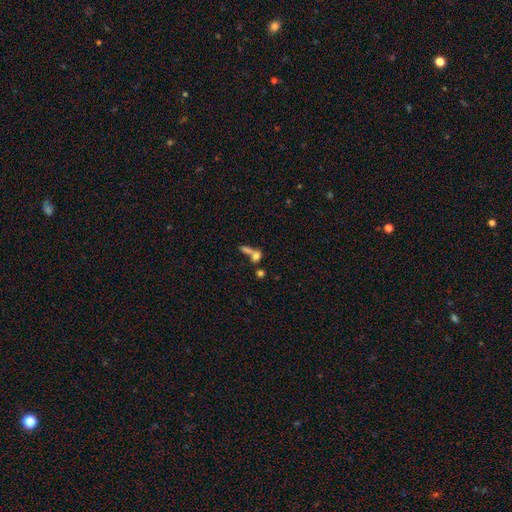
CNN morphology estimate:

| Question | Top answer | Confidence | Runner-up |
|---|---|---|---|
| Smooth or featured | smooth | 68% | featured or disk (18%) |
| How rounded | in between | 48% | round (37%) |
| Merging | merger | 55% | none (29%) |